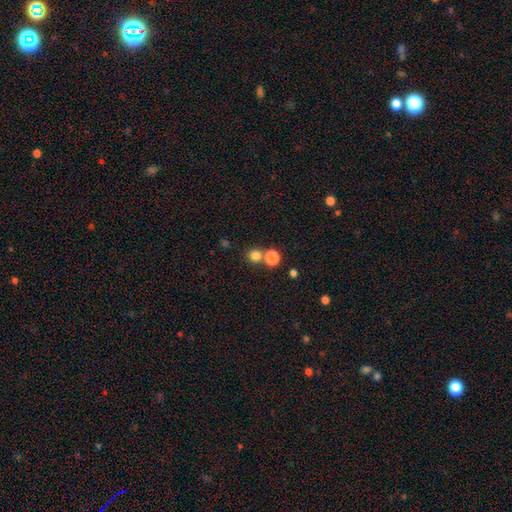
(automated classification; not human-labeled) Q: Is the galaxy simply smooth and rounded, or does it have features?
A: smooth — 80%.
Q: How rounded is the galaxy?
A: round — 89%.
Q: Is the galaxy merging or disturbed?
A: none — 63%.